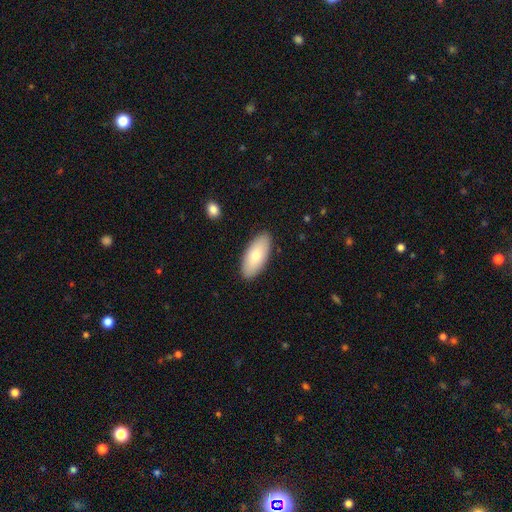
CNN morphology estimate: smooth-or-featured: smooth: 76% | featured or disk: 18% | star or artifact: 6%
  how-rounded: in between: 90% | cigar-shaped: 8% | round: 2%
  merging: none: 88% | minor disturbance: 9% | major disturbance: 2% | merger: 1%